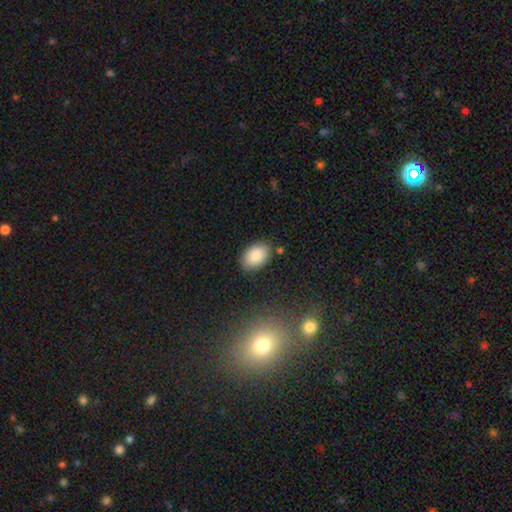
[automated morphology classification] smooth-or-featured: smooth: 86% | star or artifact: 7% | featured or disk: 7%
  how-rounded: in between: 87% | round: 11% | cigar-shaped: 1%
  merging: none: 82% | minor disturbance: 12% | major disturbance: 3% | merger: 3%